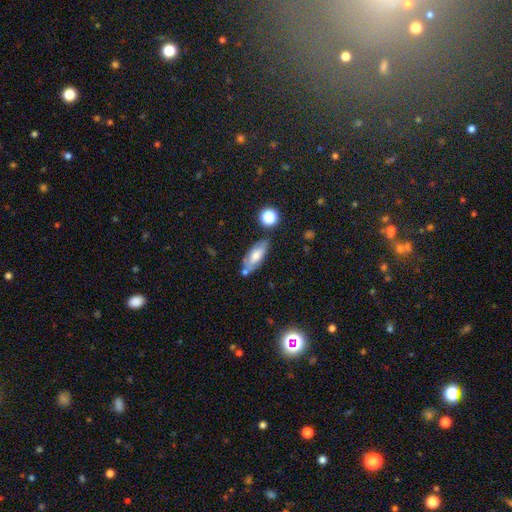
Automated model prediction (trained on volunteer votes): Morphology: type=smooth (61%); roundness=in between (72%); merging=none (67%).